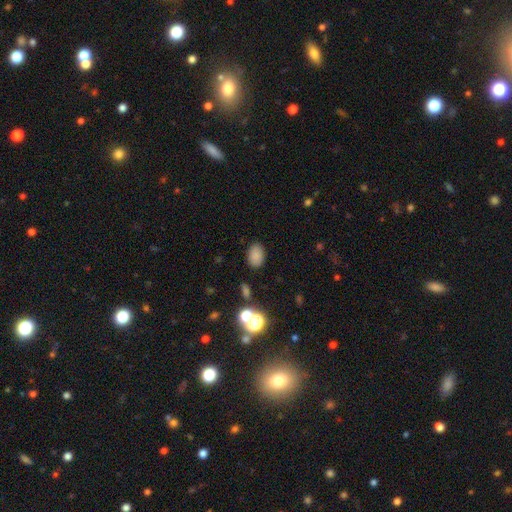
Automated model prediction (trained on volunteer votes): smooth_or_featured: smooth (p=0.82) [alt: star or artifact p=0.12]
how_rounded: in between (p=0.84) [alt: round p=0.14]
merging: none (p=0.85) [alt: minor disturbance p=0.09]